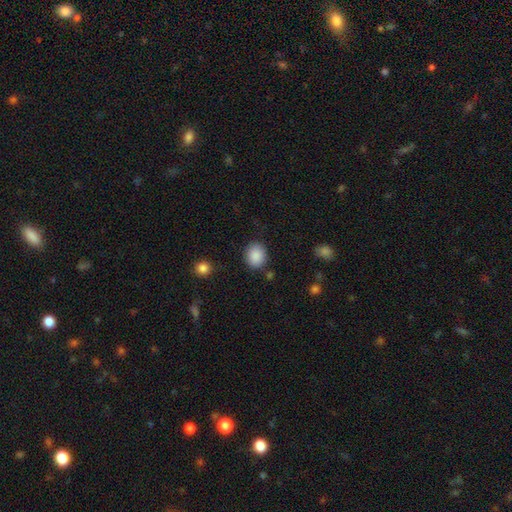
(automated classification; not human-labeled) Q: Smooth or featured?
A: smooth (89%); runner-up: star or artifact (8%)
Q: How rounded?
A: round (63%); runner-up: in between (36%)
Q: Merging?
A: none (85%); runner-up: minor disturbance (9%)